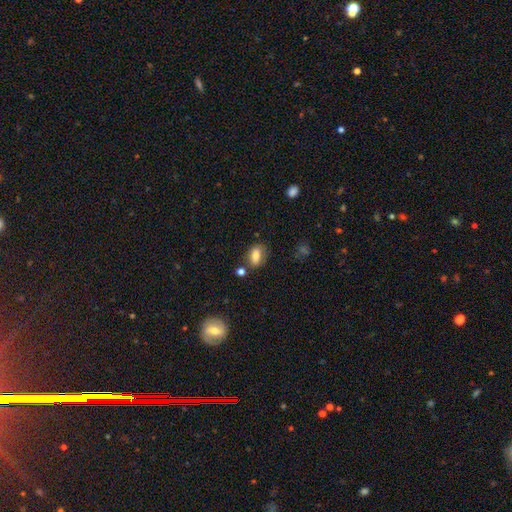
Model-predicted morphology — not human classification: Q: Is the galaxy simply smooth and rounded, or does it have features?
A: smooth — 80%.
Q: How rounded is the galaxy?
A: in between — 86%.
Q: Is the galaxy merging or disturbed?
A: none — 68%.